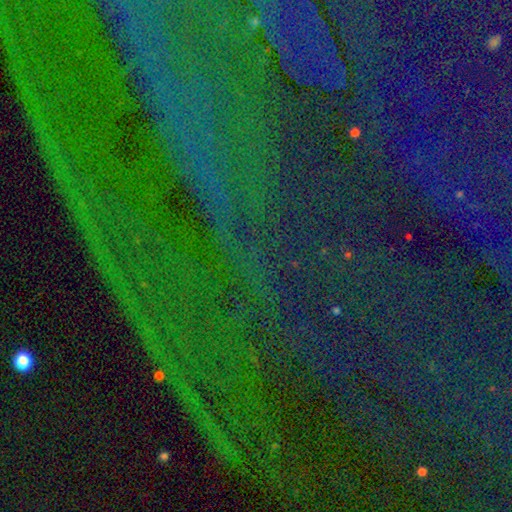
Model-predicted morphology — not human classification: smooth-or-featured: star or artifact: 87% | featured or disk: 7% | smooth: 6%